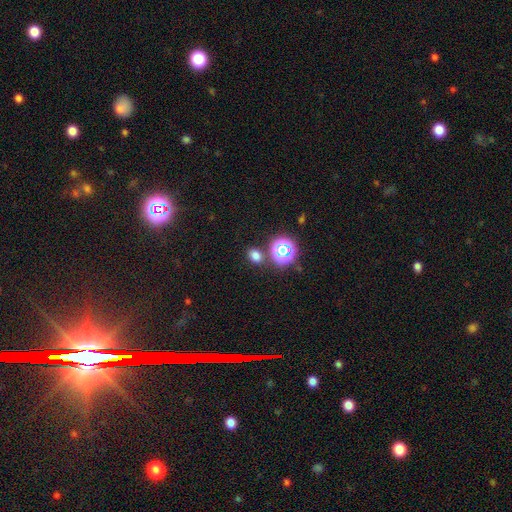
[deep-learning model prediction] Overall: smooth (68%). How rounded: in between (61%; round 37%). Merging: none (80%).